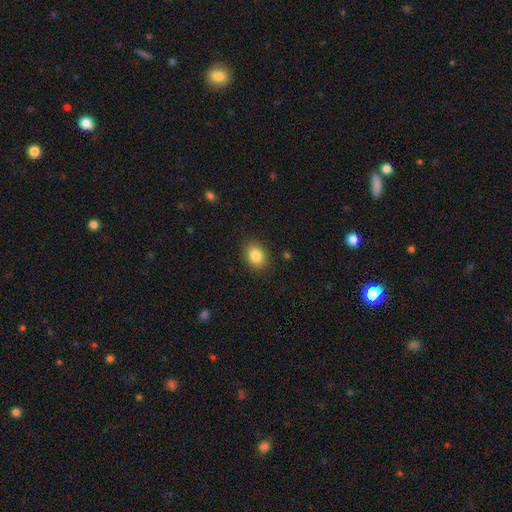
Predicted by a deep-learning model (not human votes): Smooth or featured: smooth — 84% (star or artifact — 9%)
How rounded: in between — 51% (round — 48%)
Merging: none — 88% (minor disturbance — 9%)